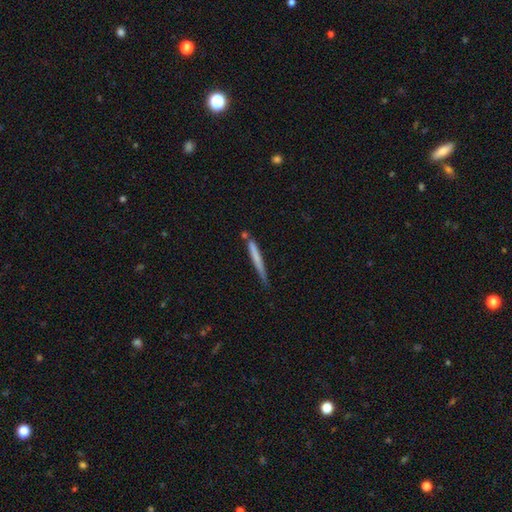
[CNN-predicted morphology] Smooth or featured? smooth (63%)
How rounded? cigar-shaped (96%)
Merging? none (69%)